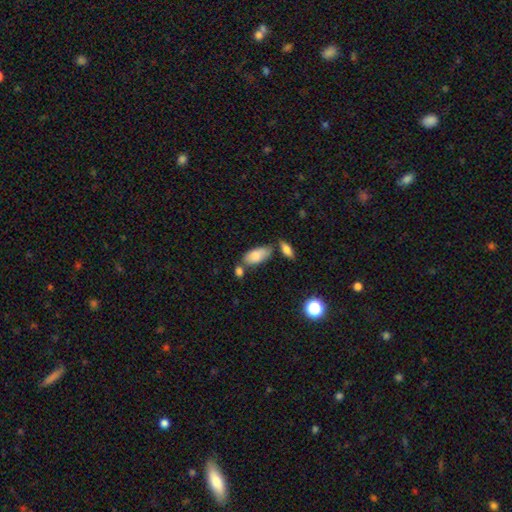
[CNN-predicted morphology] Smooth or featured? smooth (79%)
How rounded? in between (91%)
Merging? none (53%)